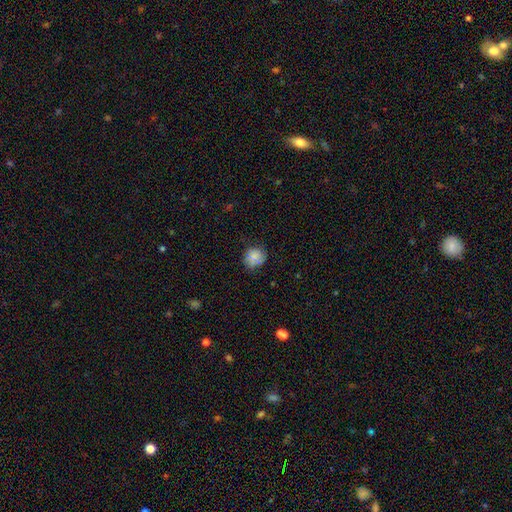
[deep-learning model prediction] Smooth or featured? Predicted: smooth (p=0.76). How rounded? Predicted: round (p=0.75). Merging? Predicted: none (p=0.65).